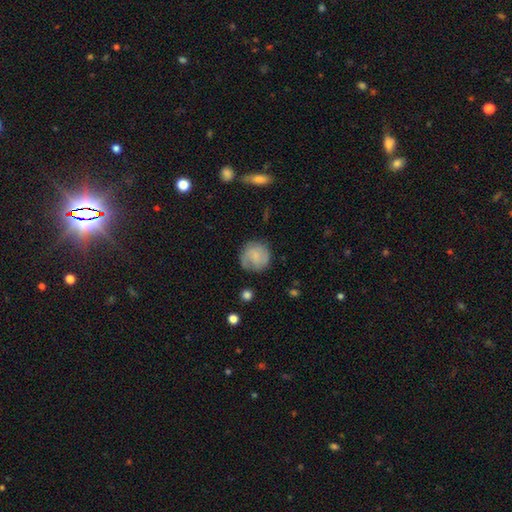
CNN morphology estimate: type=smooth (61%); roundness=round (90%); merging=none (71%).